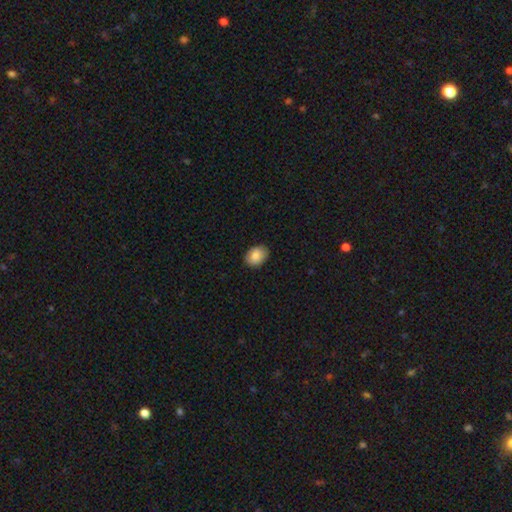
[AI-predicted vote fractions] The model was most divided on "how rounded": in between: 68%, round: 31%, cigar-shaped: 1%. More confident: merging — none (86%); smooth or featured — smooth (84%).